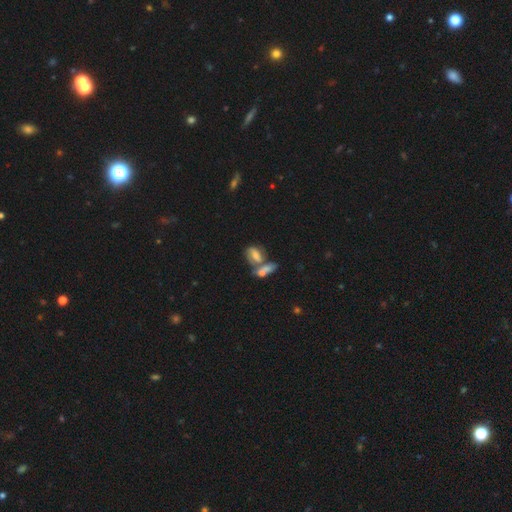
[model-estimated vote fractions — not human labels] Q: Smooth or featured?
A: smooth (53%); runner-up: featured or disk (34%)
Q: How rounded?
A: in between (83%); runner-up: round (10%)
Q: Merging?
A: merger (52%); runner-up: none (29%)